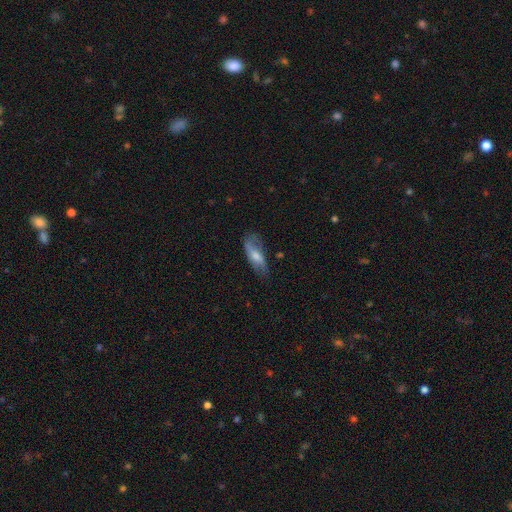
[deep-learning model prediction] smooth-or-featured: smooth: 55% | featured or disk: 38% | star or artifact: 7%
  how-rounded: in between: 65% | cigar-shaped: 32% | round: 3%
  merging: none: 60% | minor disturbance: 27% | major disturbance: 11% | merger: 2%